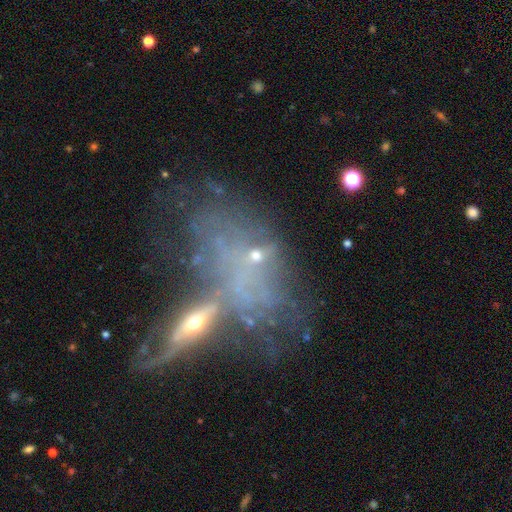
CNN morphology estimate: Smooth or featured?
  - featured or disk: 38% *
  - star or artifact: 32%
  - smooth: 30%
Merging?
  - none: 35% *
  - merger: 34%
  - major disturbance: 16%
  - minor disturbance: 14%